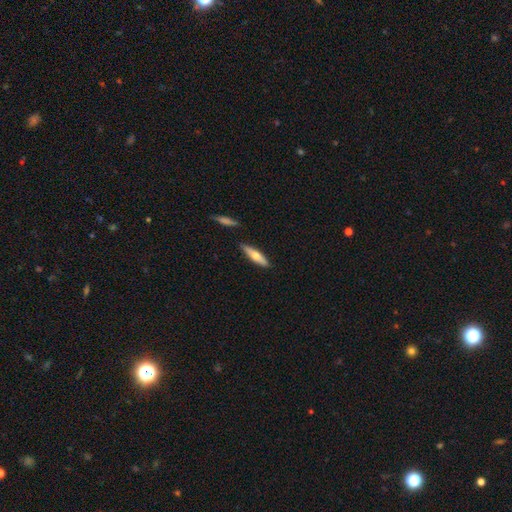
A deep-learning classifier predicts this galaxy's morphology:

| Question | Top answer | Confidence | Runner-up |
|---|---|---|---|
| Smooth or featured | smooth | 55% | featured or disk (39%) |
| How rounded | cigar-shaped | 70% | in between (28%) |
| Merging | none | 85% | minor disturbance (10%) |